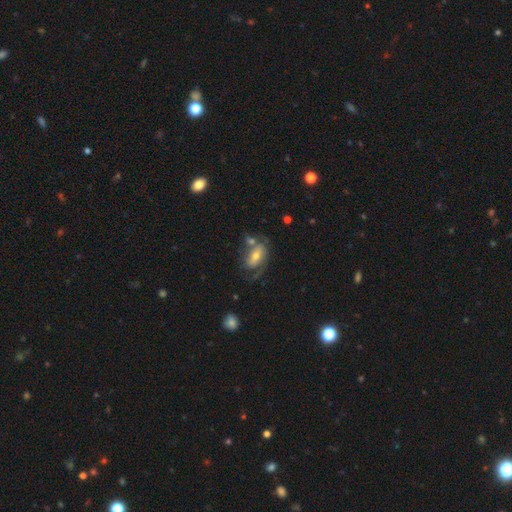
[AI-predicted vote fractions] Q: Smooth or featured?
A: featured or disk (52%); runner-up: smooth (40%)
Q: Edge-on disk?
A: no (88%); runner-up: yes (12%)
Q: Merging?
A: none (44%); runner-up: minor disturbance (21%)